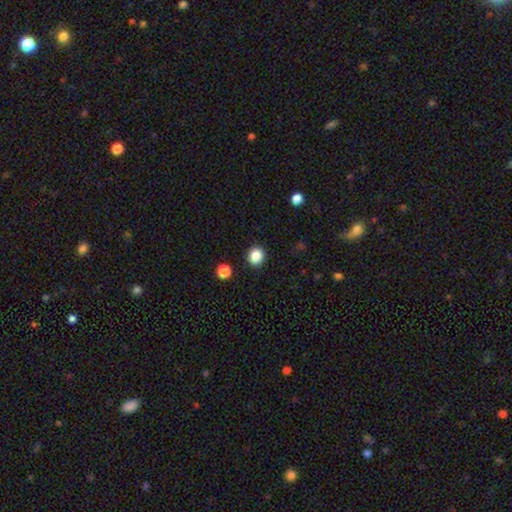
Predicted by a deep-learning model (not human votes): Overall: smooth (85%). How rounded: round (86%). Merging: none (91%).